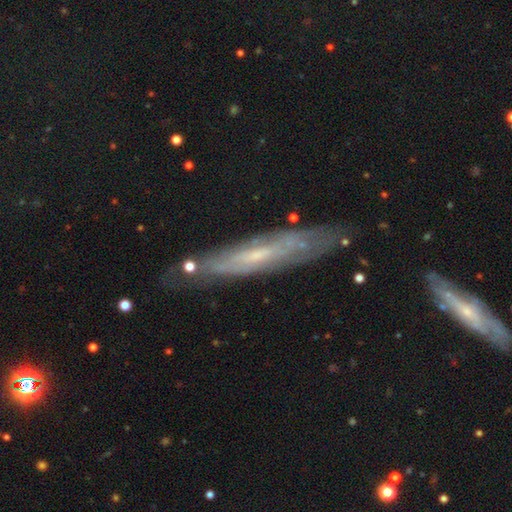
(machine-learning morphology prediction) The model was most divided on "edge-on disk": yes: 58%, no: 42%. More confident: merging — none (75%); smooth or featured — featured or disk (66%).